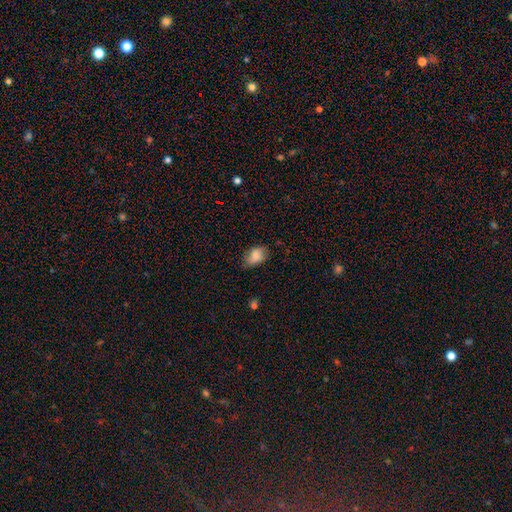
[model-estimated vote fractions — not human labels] A smooth galaxy with no disk features (83%) that is in between round and cigar-shaped (84%).

Vote fractions:
- Smooth or featured? smooth: 83% / featured or disk: 9% / star or artifact: 8%
- How rounded? in between: 84% / round: 14% / cigar-shaped: 1%
- Merging? none: 65% / minor disturbance: 28% / major disturbance: 6% / merger: 1%